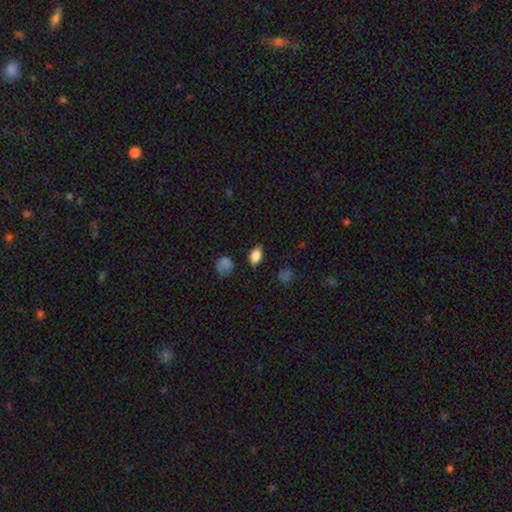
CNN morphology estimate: smooth_or_featured: smooth (p=0.82) [alt: featured or disk p=0.09]
how_rounded: in between (p=0.88) [alt: round p=0.08]
merging: none (p=0.84) [alt: minor disturbance p=0.12]